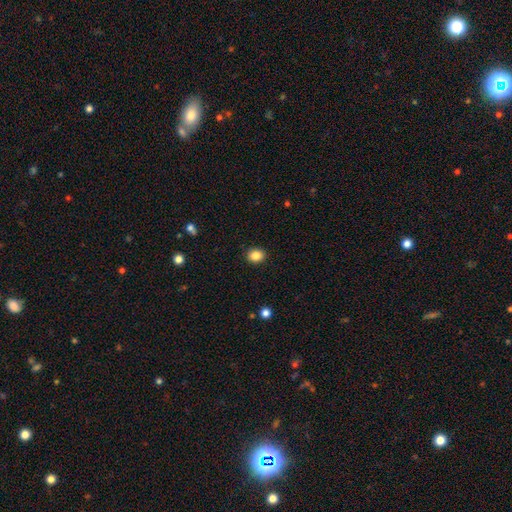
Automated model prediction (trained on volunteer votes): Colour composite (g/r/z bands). It shows a smooth galaxy with no disk features (86%) that is round (60%). Merging: none (91%).